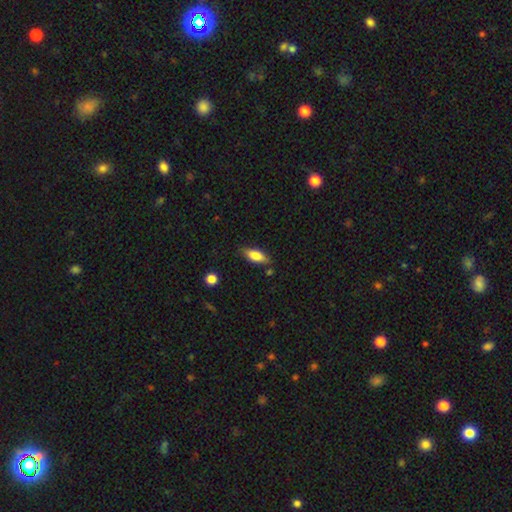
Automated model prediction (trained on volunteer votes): Smooth or featured: smooth — 76% (featured or disk — 17%)
How rounded: in between — 75% (cigar-shaped — 23%)
Merging: none — 81% (minor disturbance — 14%)